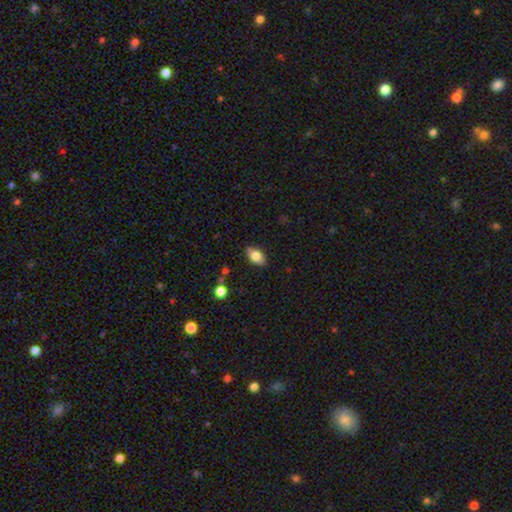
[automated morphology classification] Smooth or featured?
  - smooth: 80% *
  - featured or disk: 12%
  - star or artifact: 8%
How rounded?
  - in between: 90% *
  - round: 7%
  - cigar-shaped: 3%
Merging?
  - none: 87% *
  - minor disturbance: 10%
  - major disturbance: 2%
  - merger: 1%